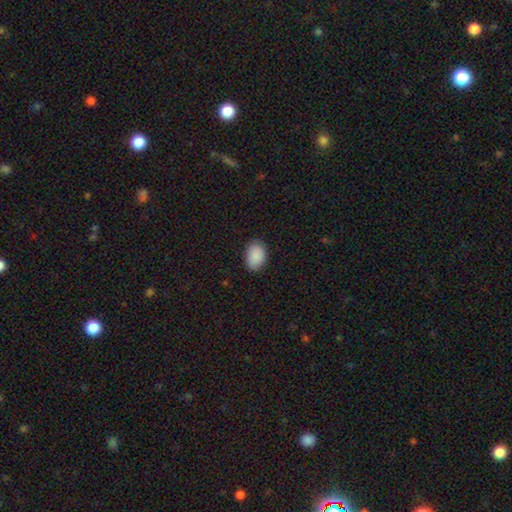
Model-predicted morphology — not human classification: This appears to be a smooth galaxy with no disk features (90%) that is in between round and cigar-shaped (86%). Merging: none (84%).